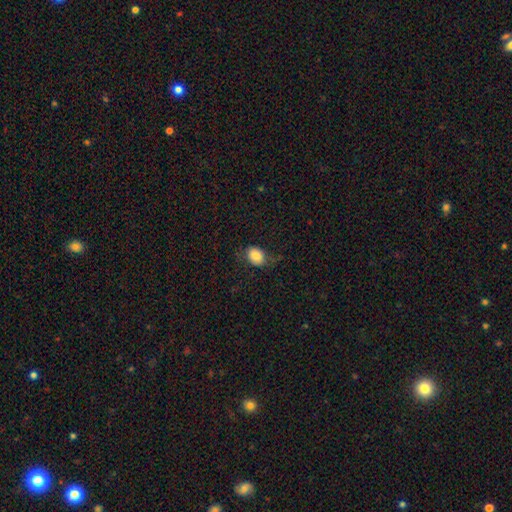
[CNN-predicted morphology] Smooth or featured? smooth (83%)
How rounded? in between (66%)
Merging? none (70%)